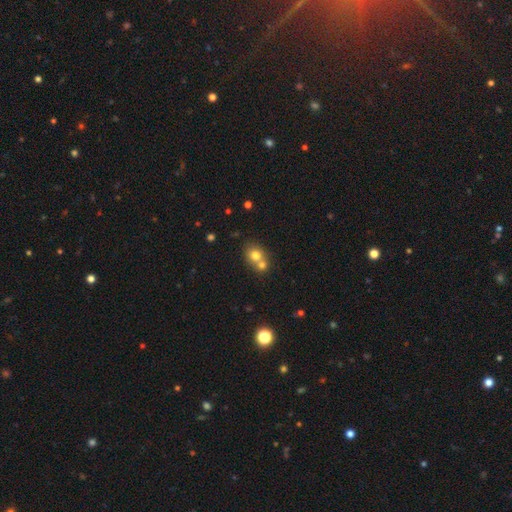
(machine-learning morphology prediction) A smooth galaxy with no disk features (74%) that is round (71%).

Vote fractions:
- Smooth or featured? smooth: 74% / featured or disk: 14% / star or artifact: 12%
- How rounded? round: 71% / in between: 28% / cigar-shaped: 1%
- Merging? merger: 56% / none: 36% / minor disturbance: 6% / major disturbance: 2%